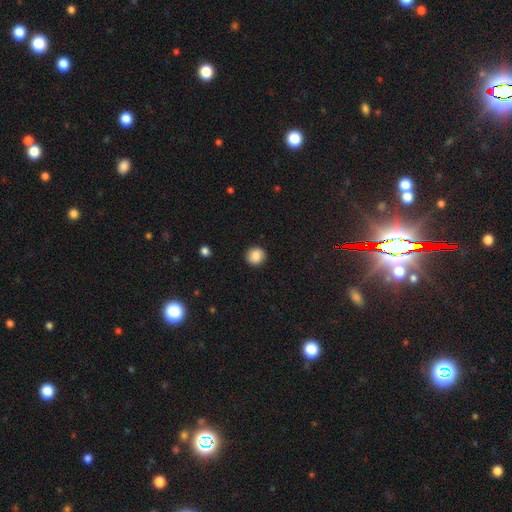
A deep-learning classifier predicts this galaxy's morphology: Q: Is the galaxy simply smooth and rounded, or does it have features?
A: smooth — 86%.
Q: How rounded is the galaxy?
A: round — 91%.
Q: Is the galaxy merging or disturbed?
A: none — 90%.